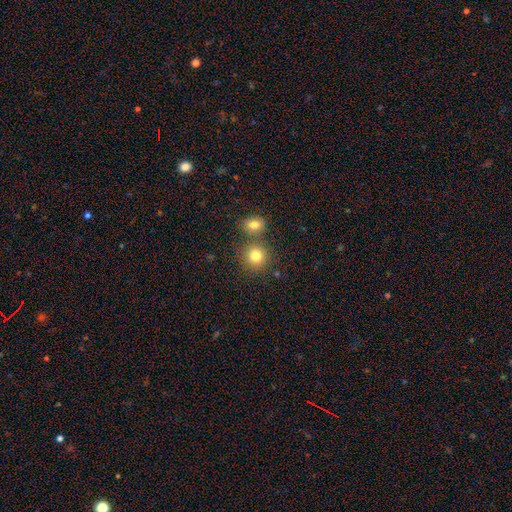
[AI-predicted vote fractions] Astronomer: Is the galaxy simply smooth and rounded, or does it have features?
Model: smooth — 81%.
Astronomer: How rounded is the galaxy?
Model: round — 88%.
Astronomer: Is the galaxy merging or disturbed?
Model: none — 70%.